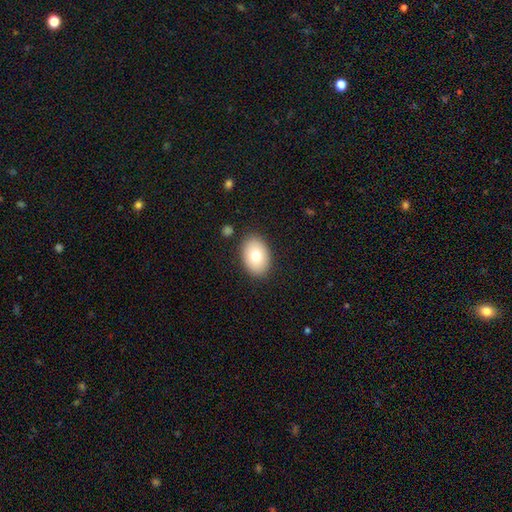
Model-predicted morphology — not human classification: This appears to be a smooth galaxy with no disk features (75%) that is in between round and cigar-shaped (82%). Merging: none (87%).